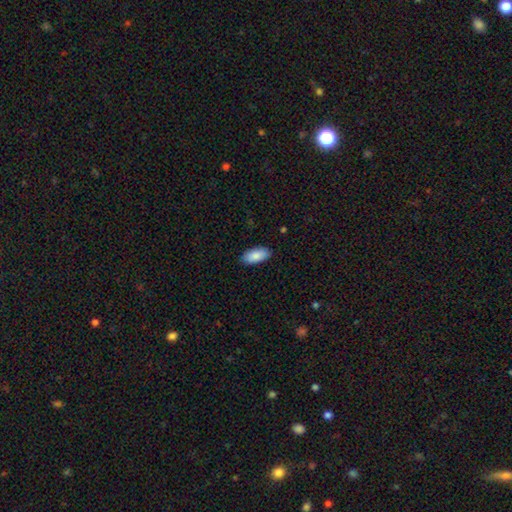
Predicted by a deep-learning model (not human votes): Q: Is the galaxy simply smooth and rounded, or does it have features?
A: smooth — 88%.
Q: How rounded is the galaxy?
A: in between — 91%.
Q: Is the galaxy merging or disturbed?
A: none — 88%.